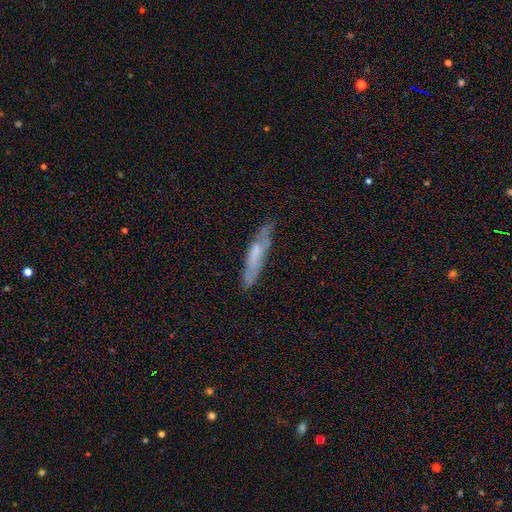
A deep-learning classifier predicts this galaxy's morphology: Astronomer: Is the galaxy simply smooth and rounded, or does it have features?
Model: featured or disk — 47% (runner-up: smooth, 46%).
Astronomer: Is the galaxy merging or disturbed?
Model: none — 71%.